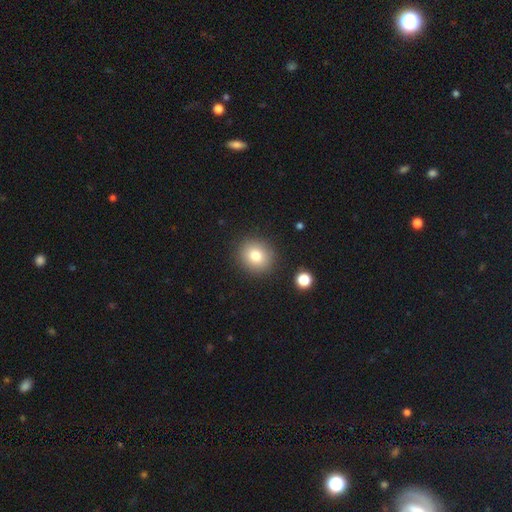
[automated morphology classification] Smooth or featured? smooth (79%)
How rounded? round (81%)
Merging? none (88%)